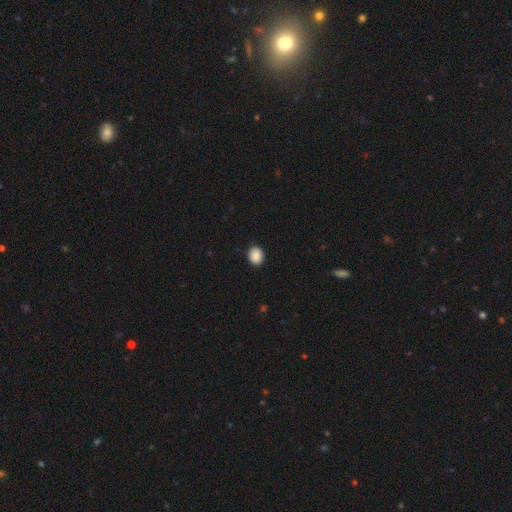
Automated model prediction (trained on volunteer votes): Morphology: type=smooth (89%); roundness=round (58%); merging=none (90%).